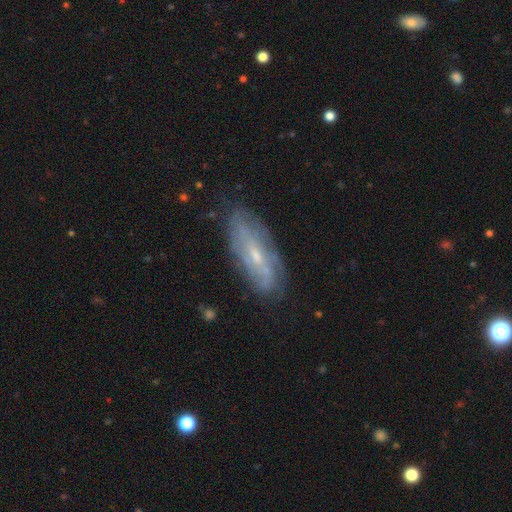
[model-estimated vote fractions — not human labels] A featured or disk galaxy (64%) with no bar (53%), spiral arms (68%) and a small central bulge (65%).

Vote fractions:
- Smooth or featured? featured or disk: 64% / smooth: 29% / star or artifact: 7%
- Edge-on disk? no: 78% / yes: 22%
- Bar? no: 53% / weak: 37% / strong: 10%
- Spiral arms? yes: 68% / no: 32%
- Bulge size? small: 65% / moderate: 30% / none: 3% / large: 1% / dominant: 1%
- Merging? none: 73% / minor disturbance: 19% / major disturbance: 6% / merger: 2%